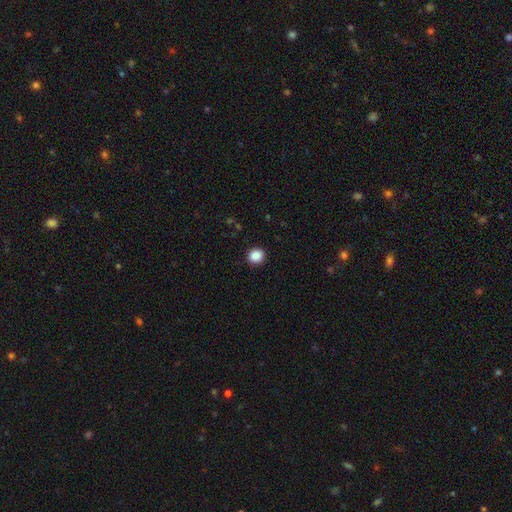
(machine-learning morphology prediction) Smooth or featured? smooth (88%)
How rounded? round (82%)
Merging? none (91%)